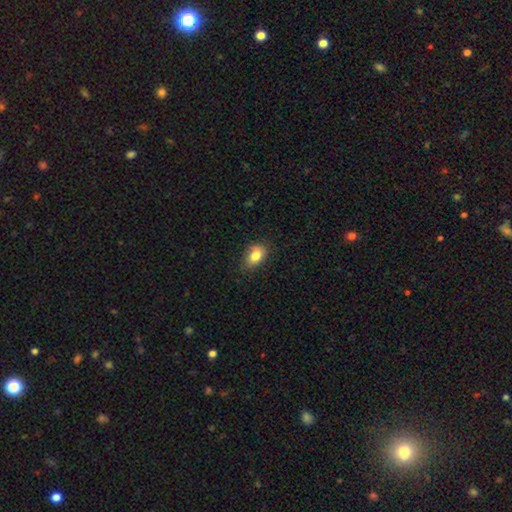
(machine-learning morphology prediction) Smooth or featured: smooth — 83% (featured or disk — 9%)
How rounded: in between — 86% (round — 12%)
Merging: none — 75% (minor disturbance — 20%)